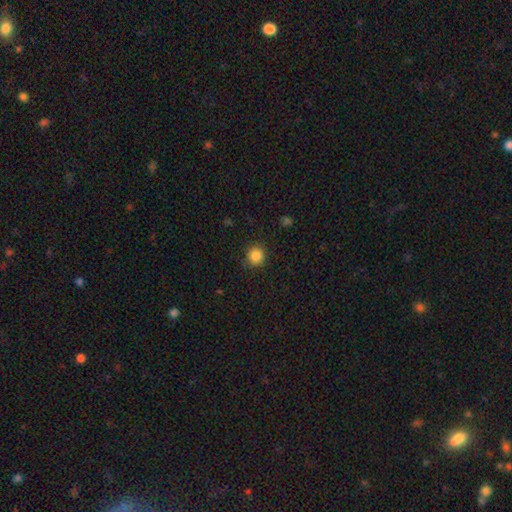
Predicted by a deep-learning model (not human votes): This appears to be a smooth galaxy with no disk features (86%) that is round (93%). Merging: none (89%).